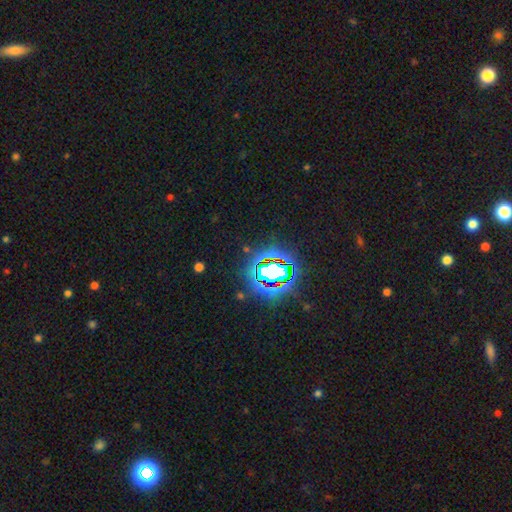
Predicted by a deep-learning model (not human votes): Morphology: type=star or artifact (82%).